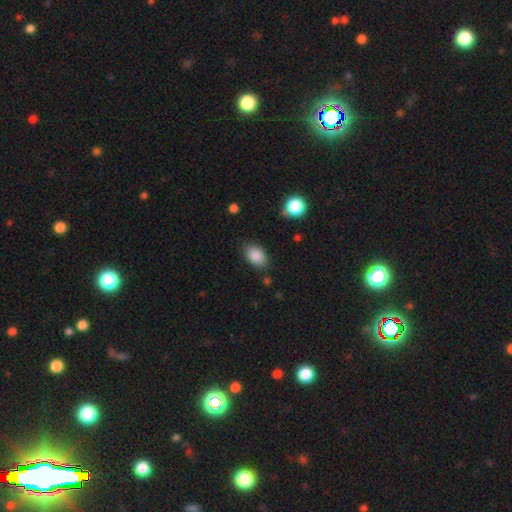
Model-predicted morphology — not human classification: This appears to be a smooth galaxy with no disk features (87%) that is in between round and cigar-shaped (88%). Merging: none (81%).